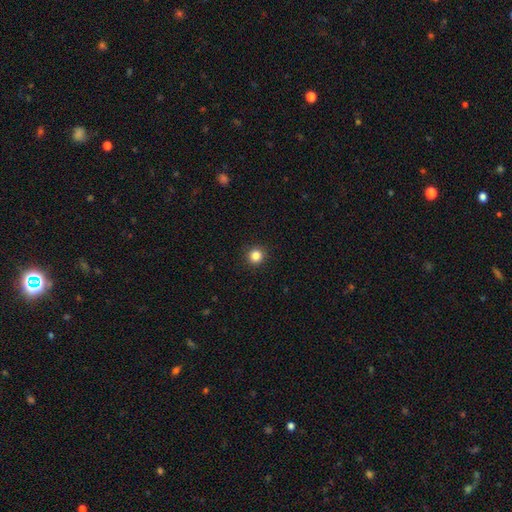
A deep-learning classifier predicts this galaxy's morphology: Smooth or featured: smooth — 84% (star or artifact — 12%)
How rounded: round — 94% (in between — 5%)
Merging: none — 92% (minor disturbance — 5%)